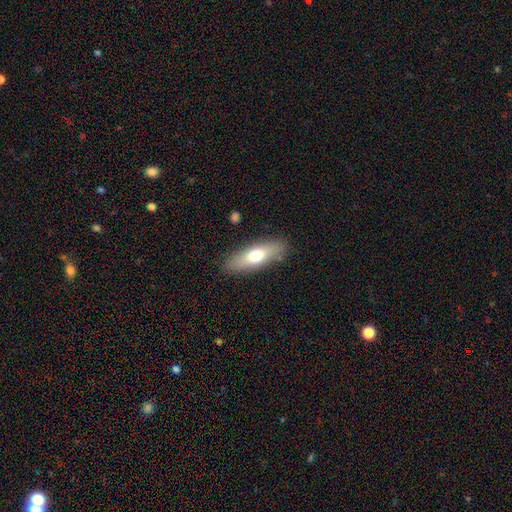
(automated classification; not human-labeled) Morphology: type=smooth (65%); roundness=in between (55%); merging=none (86%).